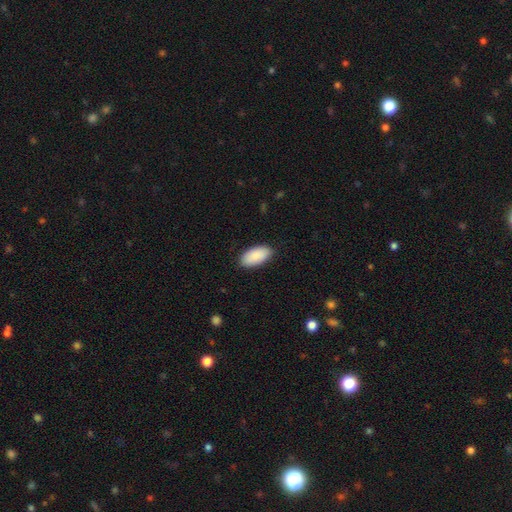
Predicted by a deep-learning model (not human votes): smooth 90%, star or artifact 6%, featured or disk 5%. Down the decision tree: how rounded — in between (95%); merging — none (87%).